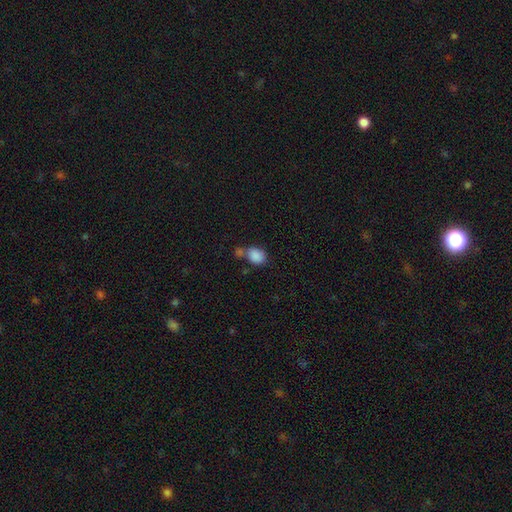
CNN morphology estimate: Smooth or featured: smooth — 86% (star or artifact — 9%)
How rounded: in between — 56% (round — 43%)
Merging: none — 46% (merger — 34%)